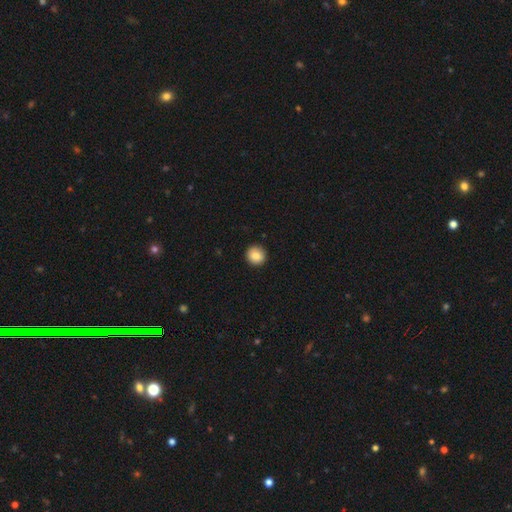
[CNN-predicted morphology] Smooth or featured: smooth — 87% (star or artifact — 9%)
How rounded: round — 94% (in between — 5%)
Merging: none — 92% (minor disturbance — 5%)